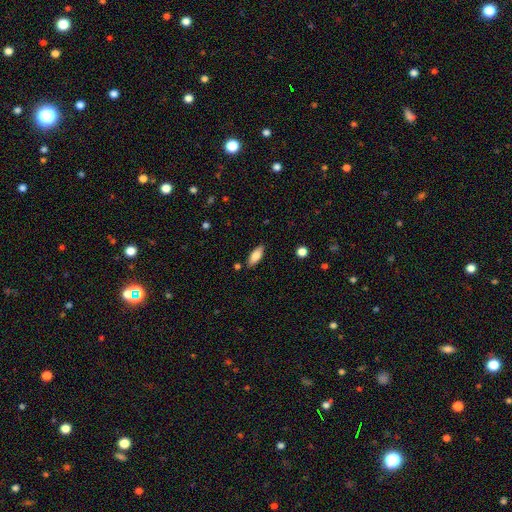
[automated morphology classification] Smooth or featured: smooth — 81% (featured or disk — 13%)
How rounded: in between — 79% (cigar-shaped — 19%)
Merging: none — 85% (minor disturbance — 11%)